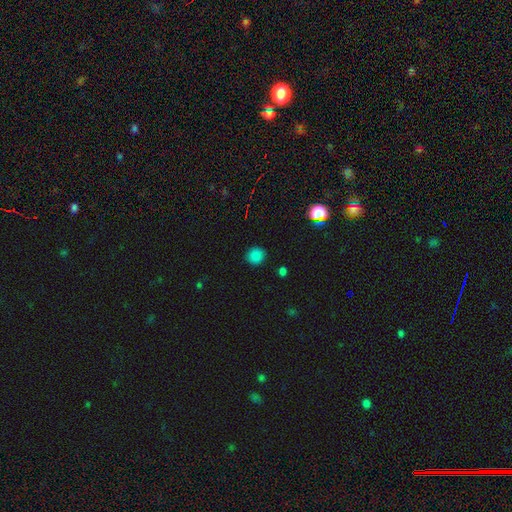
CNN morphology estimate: Smooth or featured? smooth (83%)
How rounded? round (91%)
Merging? none (89%)